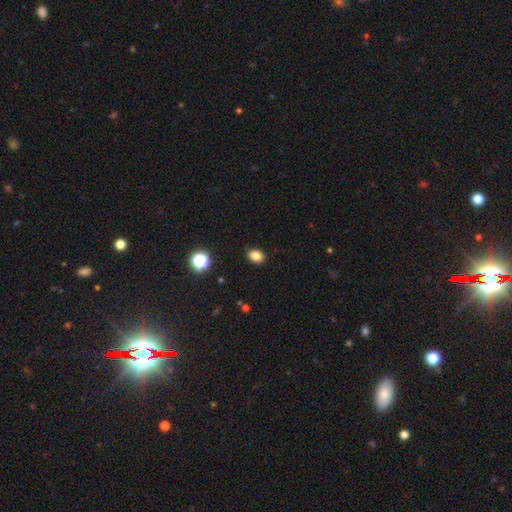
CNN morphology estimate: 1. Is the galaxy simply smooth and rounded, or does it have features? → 84% smooth, 12% star or artifact, 4% featured or disk.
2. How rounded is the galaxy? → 66% in between, 33% round, 1% cigar-shaped.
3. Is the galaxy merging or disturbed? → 88% none, 8% minor disturbance, 2% major disturbance, 1% merger.